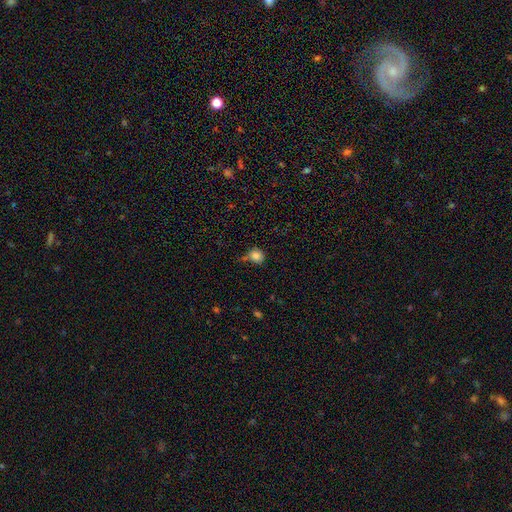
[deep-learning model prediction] Smooth or featured? Predicted: smooth (p=0.83). How rounded? Predicted: round (p=0.79). Merging? Predicted: none (p=0.54).